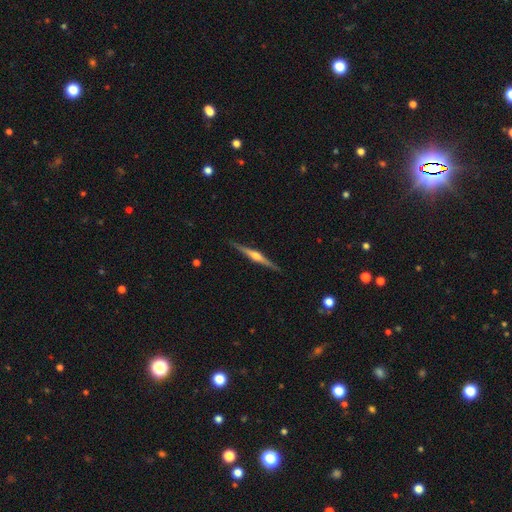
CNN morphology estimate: Q: Smooth or featured?
A: featured or disk (79%); runner-up: smooth (16%)
Q: Edge-on disk?
A: yes (98%); runner-up: no (2%)
Q: Edge-on bulge?
A: rounded (90%); runner-up: boxy (6%)
Q: Merging?
A: none (91%); runner-up: minor disturbance (7%)